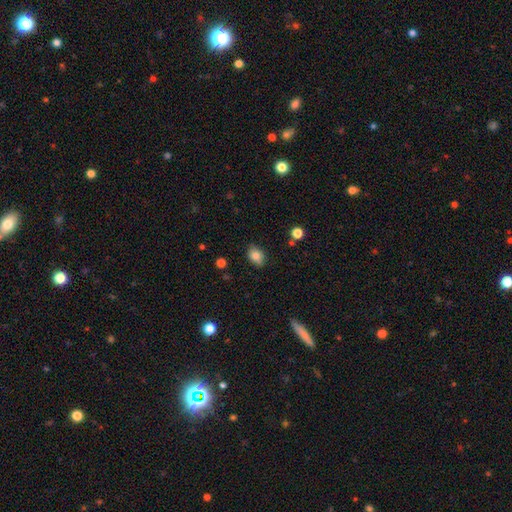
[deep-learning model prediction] Smooth or featured? Predicted: smooth (p=0.83). How rounded? Predicted: in between (p=0.72). Merging? Predicted: none (p=0.84).